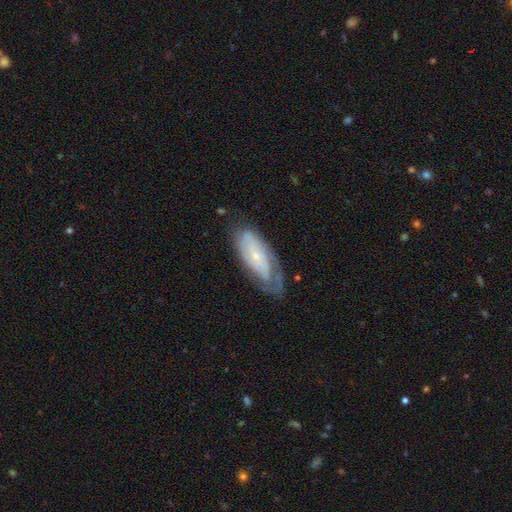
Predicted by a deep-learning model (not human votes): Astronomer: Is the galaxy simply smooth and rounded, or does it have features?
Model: featured or disk — 74%.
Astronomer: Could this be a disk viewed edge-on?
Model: no — 90%.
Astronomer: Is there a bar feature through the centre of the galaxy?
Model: no — 72%.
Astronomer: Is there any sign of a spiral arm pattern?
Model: yes — 86%.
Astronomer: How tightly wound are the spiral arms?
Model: tight — 64%.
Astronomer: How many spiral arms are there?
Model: can't tell — 44% (runner-up: 2, 34%).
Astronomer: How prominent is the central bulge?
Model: small — 79%.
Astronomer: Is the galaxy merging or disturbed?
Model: none — 59%.